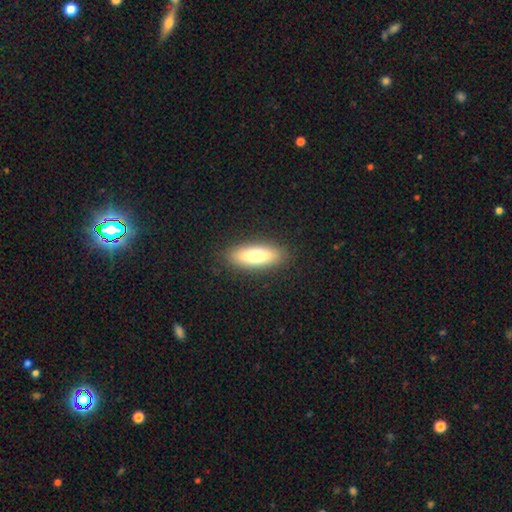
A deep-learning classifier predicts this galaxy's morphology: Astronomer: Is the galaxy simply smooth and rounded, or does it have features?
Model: smooth — 73%.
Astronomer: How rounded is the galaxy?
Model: in between — 54% (runner-up: cigar-shaped, 43%).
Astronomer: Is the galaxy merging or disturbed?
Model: none — 89%.